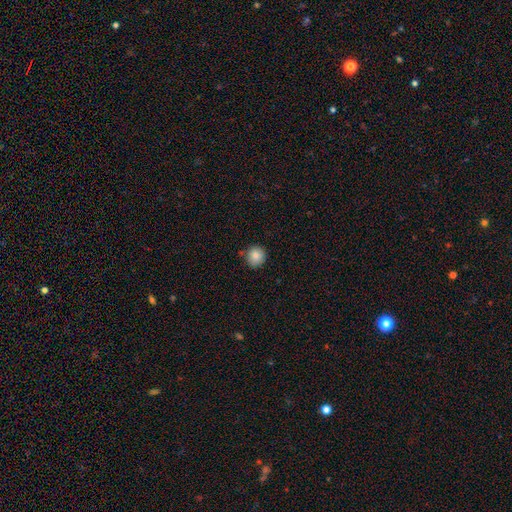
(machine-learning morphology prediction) smooth_or_featured: smooth (p=0.85) [alt: star or artifact p=0.09]
how_rounded: round (p=0.90) [alt: in between p=0.10]
merging: none (p=0.82) [alt: minor disturbance p=0.12]